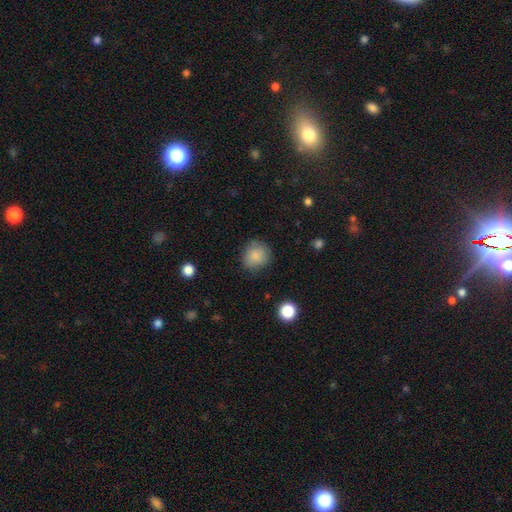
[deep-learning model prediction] smooth_or_featured: smooth (p=0.86) [alt: star or artifact p=0.09]
how_rounded: round (p=0.83) [alt: in between p=0.16]
merging: none (p=0.79) [alt: minor disturbance p=0.15]